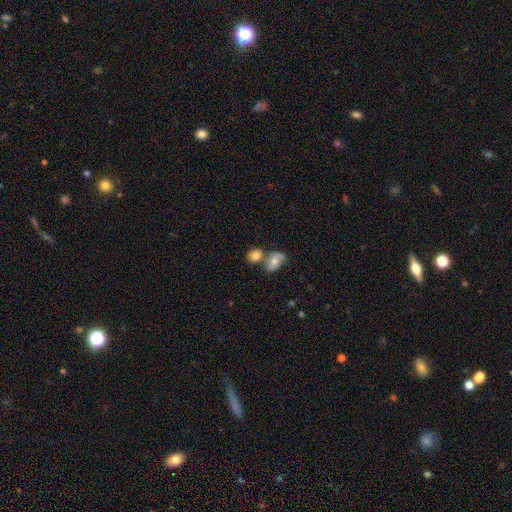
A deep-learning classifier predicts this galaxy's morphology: Overall: smooth (74%). How rounded: round (57%; in between 41%). Merging: none (44%; merger 41%).